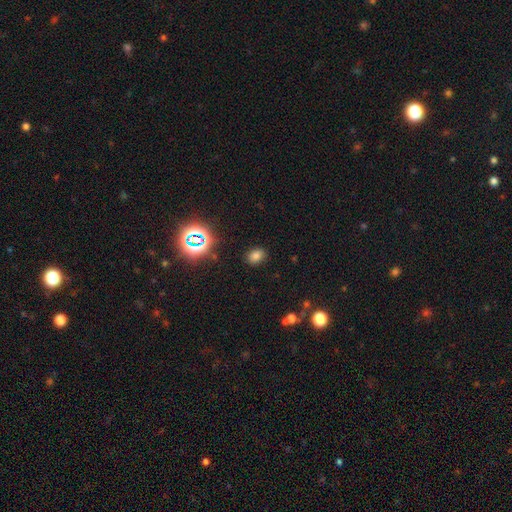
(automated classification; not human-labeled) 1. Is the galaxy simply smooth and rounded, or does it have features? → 71% smooth, 23% star or artifact, 6% featured or disk.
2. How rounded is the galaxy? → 69% in between, 30% round, 1% cigar-shaped.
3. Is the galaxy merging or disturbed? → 87% none, 9% minor disturbance, 3% major disturbance, 2% merger.